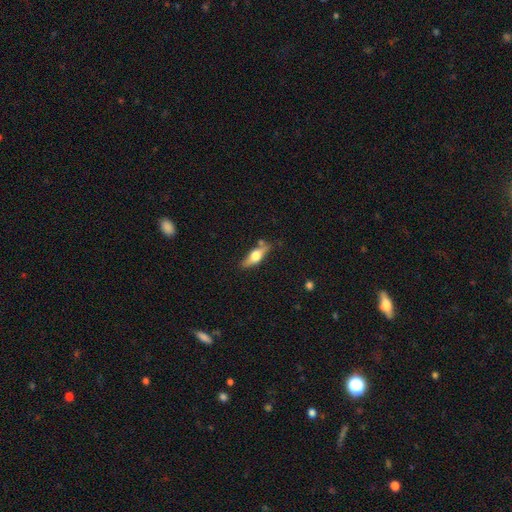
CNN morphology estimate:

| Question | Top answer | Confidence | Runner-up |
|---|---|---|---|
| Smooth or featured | featured or disk | 49% | smooth (45%) |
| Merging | none | 75% | minor disturbance (16%) |